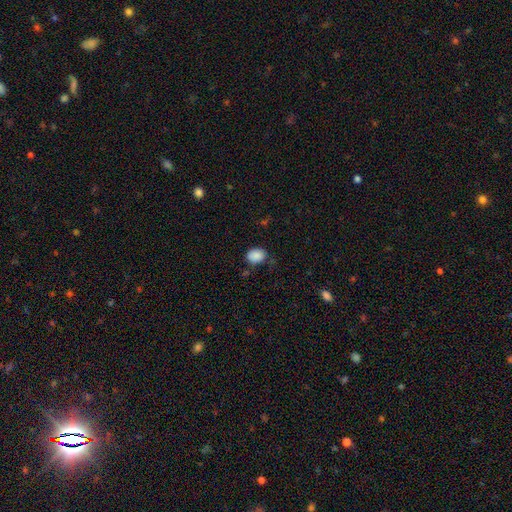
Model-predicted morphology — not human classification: A smooth galaxy with no disk features (88%) that is in between round and cigar-shaped (57%).

Vote fractions:
- Smooth or featured? smooth: 88% / star or artifact: 9% / featured or disk: 4%
- How rounded? in between: 57% / round: 42% / cigar-shaped: 1%
- Merging? none: 73% / minor disturbance: 20% / major disturbance: 4% / merger: 3%